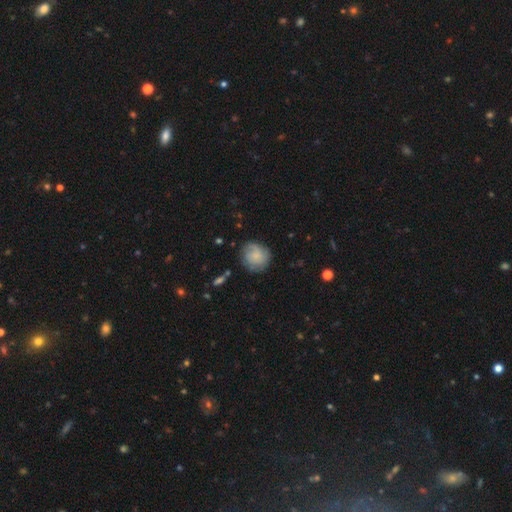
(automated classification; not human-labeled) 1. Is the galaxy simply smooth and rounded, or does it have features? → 67% smooth, 25% featured or disk, 8% star or artifact.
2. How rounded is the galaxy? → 88% round, 11% in between, 1% cigar-shaped.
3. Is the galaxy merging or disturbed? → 75% none, 18% minor disturbance, 6% major disturbance, 2% merger.